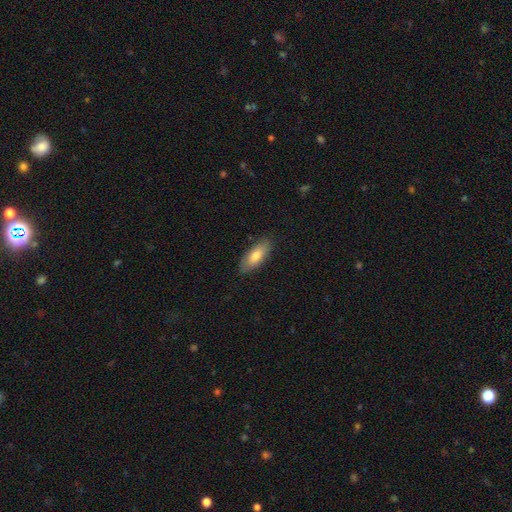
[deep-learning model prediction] smooth_or_featured: smooth (p=0.78) [alt: featured or disk p=0.16]
how_rounded: in between (p=0.75) [alt: cigar-shaped p=0.23]
merging: none (p=0.86) [alt: minor disturbance p=0.11]